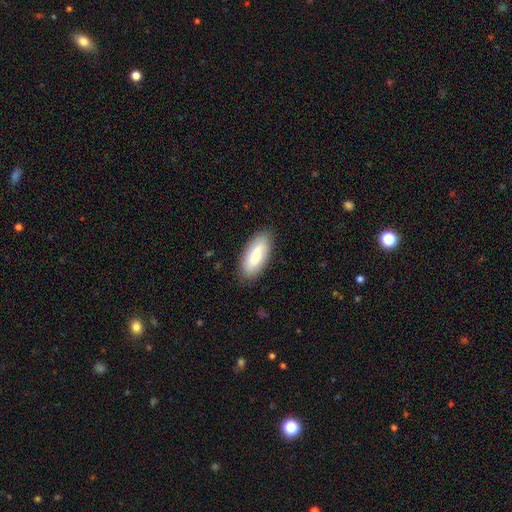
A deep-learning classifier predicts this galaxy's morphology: This appears to be a smooth galaxy with no disk features (73%) that is in between round and cigar-shaped (84%). Merging: none (85%).